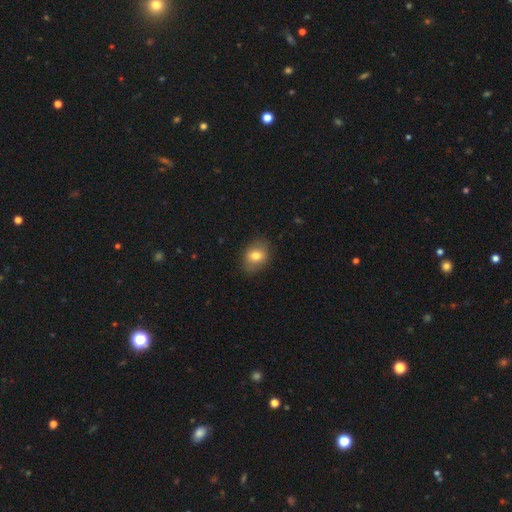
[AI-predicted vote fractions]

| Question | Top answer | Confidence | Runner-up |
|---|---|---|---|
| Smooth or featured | smooth | 74% | featured or disk (17%) |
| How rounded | in between | 62% | round (37%) |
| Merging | none | 81% | minor disturbance (15%) |